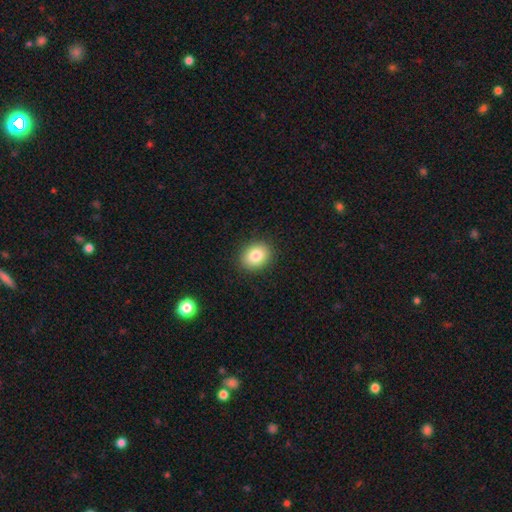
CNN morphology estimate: A smooth galaxy with no disk features (83%) that is round (51%).

Vote fractions:
- Smooth or featured? smooth: 83% / star or artifact: 9% / featured or disk: 8%
- How rounded? round: 51% / in between: 48% / cigar-shaped: 1%
- Merging? none: 90% / minor disturbance: 7% / major disturbance: 2% / merger: 1%